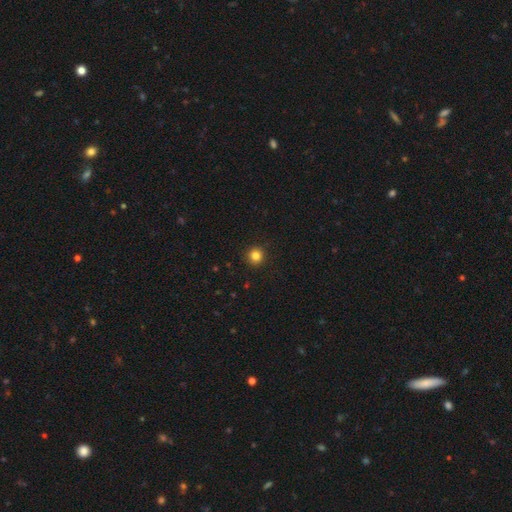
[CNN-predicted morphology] Overall: smooth (83%). How rounded: round (95%). Merging: none (93%).